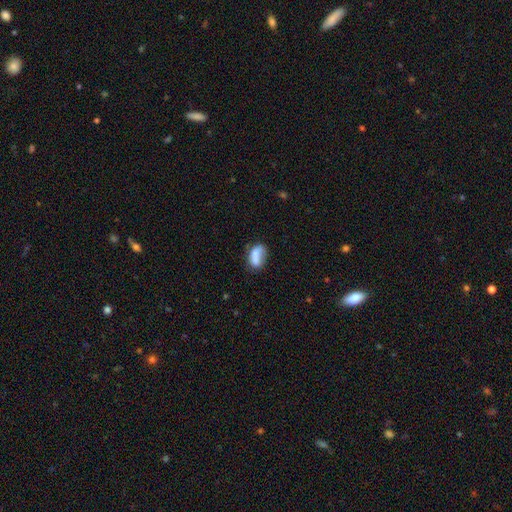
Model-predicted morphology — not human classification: This is likely a smooth galaxy (74%). How rounded: clearly in between (84%). Merging: possibly none (50%).